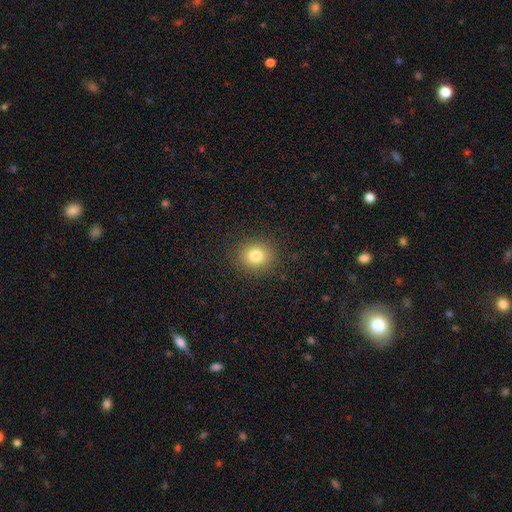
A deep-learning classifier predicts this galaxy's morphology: type=smooth (80%); roundness=round (82%); merging=none (89%).